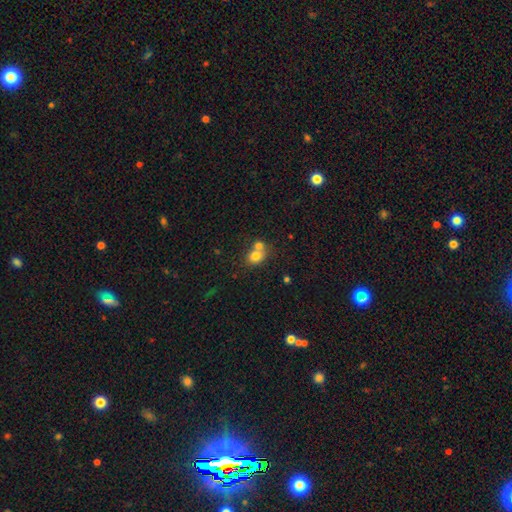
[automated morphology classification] Smooth or featured? smooth (77%)
How rounded? round (59%)
Merging? merger (53%)